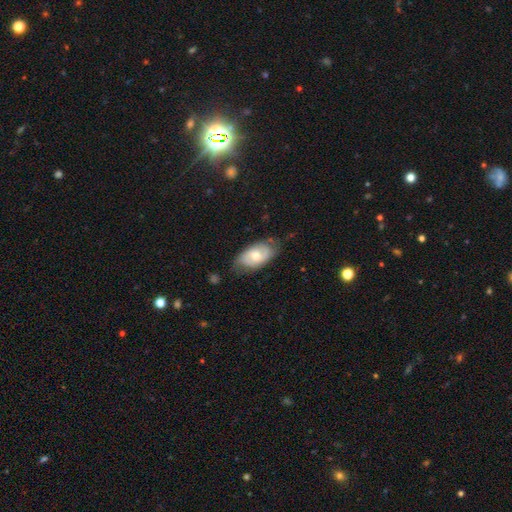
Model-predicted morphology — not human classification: Smooth or featured? smooth (51%)
How rounded? in between (92%)
Merging? none (67%)